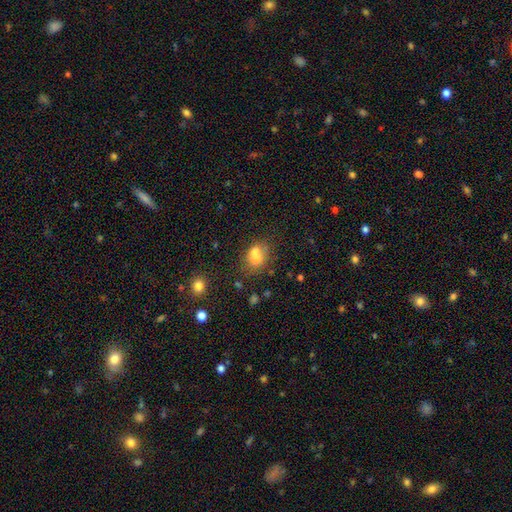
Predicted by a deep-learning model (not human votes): smooth_or_featured: smooth (p=0.66) [alt: featured or disk p=0.20]
how_rounded: in between (p=0.58) [alt: round p=0.41]
merging: merger (p=0.47) [alt: none p=0.34]